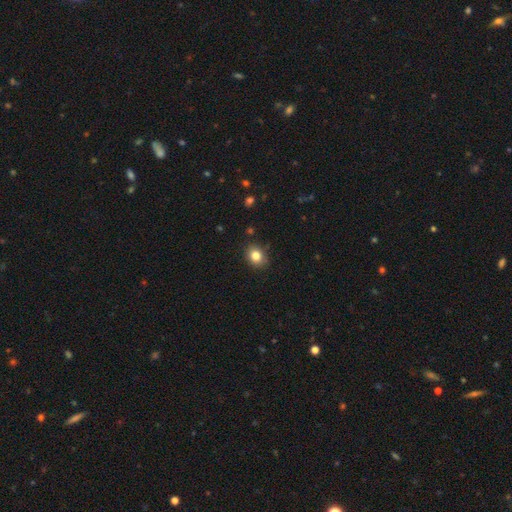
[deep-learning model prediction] Morphology: type=smooth (82%); roundness=round (54%); merging=none (84%).